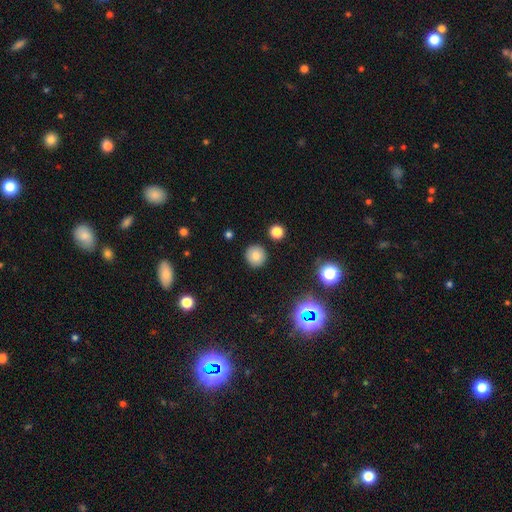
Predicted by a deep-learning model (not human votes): Morphology: type=smooth (79%); roundness=round (93%); merging=none (91%).